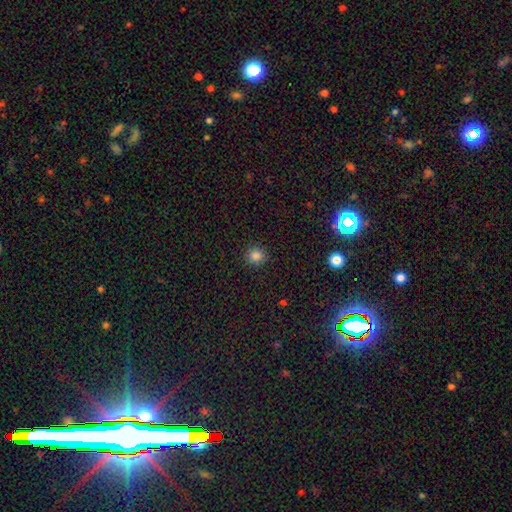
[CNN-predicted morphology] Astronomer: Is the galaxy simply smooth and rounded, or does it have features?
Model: smooth — 84%.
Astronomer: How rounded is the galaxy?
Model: round — 92%.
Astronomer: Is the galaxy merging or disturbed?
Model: none — 91%.